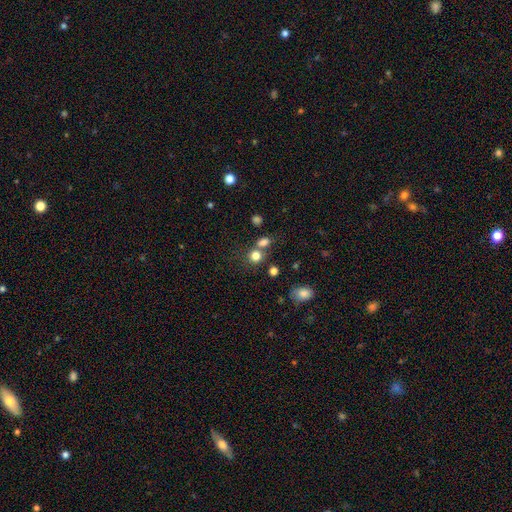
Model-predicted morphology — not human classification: Smooth or featured? Predicted: smooth (p=0.78). How rounded? Predicted: round (p=0.80). Merging? Predicted: none (p=0.56).